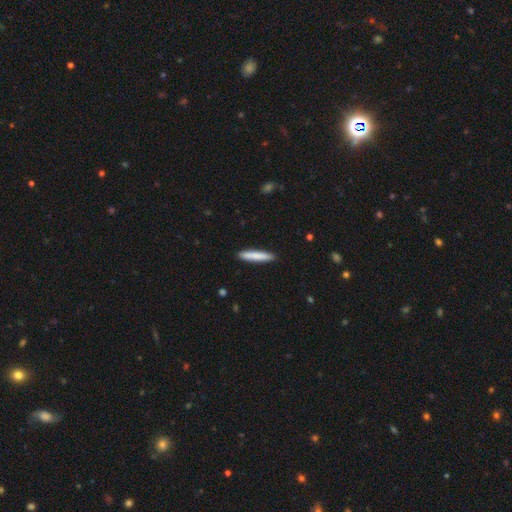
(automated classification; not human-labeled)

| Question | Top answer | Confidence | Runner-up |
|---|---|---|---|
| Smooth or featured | smooth | 82% | featured or disk (13%) |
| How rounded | cigar-shaped | 92% | in between (6%) |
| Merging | none | 91% | minor disturbance (7%) |